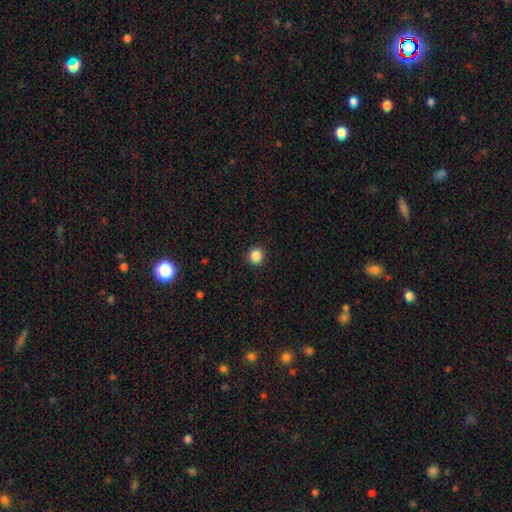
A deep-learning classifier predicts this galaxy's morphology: This is clearly a smooth galaxy (87%). How rounded: clearly round (94%). Merging: clearly none (92%).